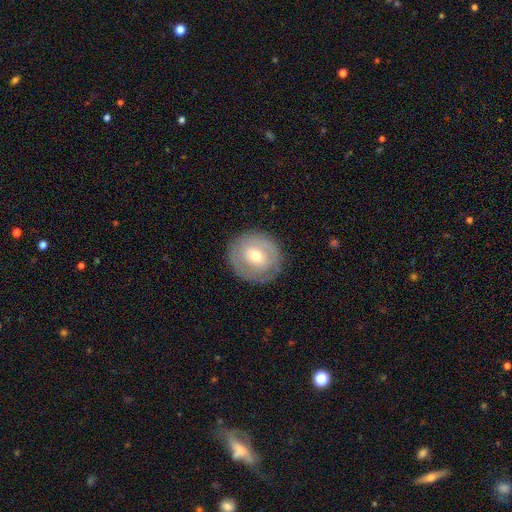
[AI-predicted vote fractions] This is possibly a featured or disk galaxy (50%). Merging: clearly none (83%).